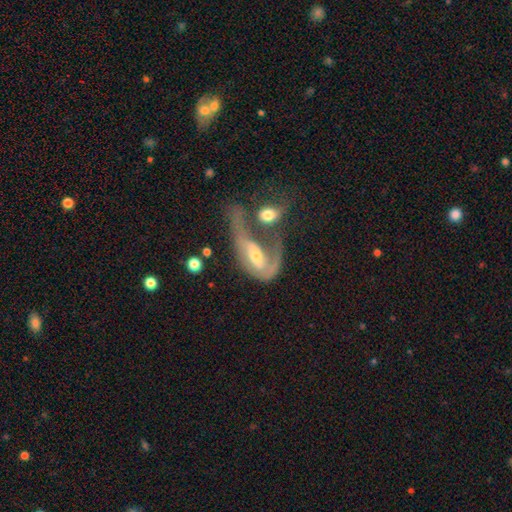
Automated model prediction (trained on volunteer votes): Q: Smooth or featured?
A: featured or disk (70%); runner-up: smooth (22%)
Q: Edge-on disk?
A: no (90%); runner-up: yes (10%)
Q: Bar?
A: no (42%); runner-up: weak (37%)
Q: Spiral arms?
A: yes (73%); runner-up: no (27%)
Q: Bulge size?
A: moderate (55%); runner-up: small (34%)
Q: Merging?
A: merger (54%); runner-up: major disturbance (26%)